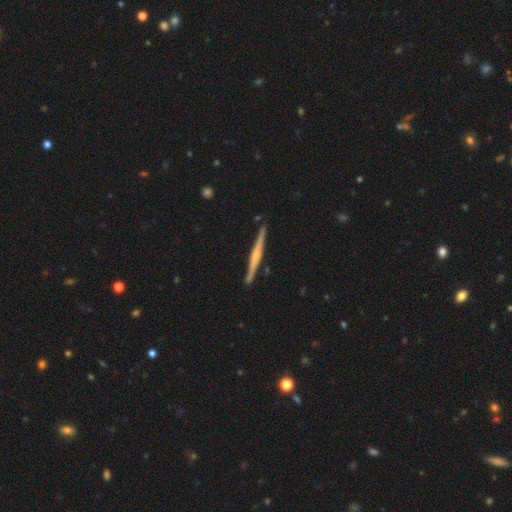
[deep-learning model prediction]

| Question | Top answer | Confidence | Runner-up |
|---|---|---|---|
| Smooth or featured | featured or disk | 76% | smooth (19%) |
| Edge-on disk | yes | 98% | no (2%) |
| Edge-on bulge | rounded | 66% | none (18%) |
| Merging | none | 90% | minor disturbance (7%) |